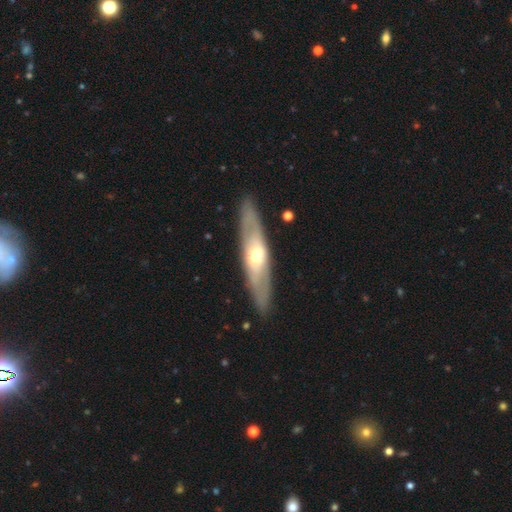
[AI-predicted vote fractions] Smooth or featured: featured or disk — 62% (smooth — 33%)
Edge-on disk: no — 51% (yes — 49%)
Merging: none — 87% (minor disturbance — 9%)